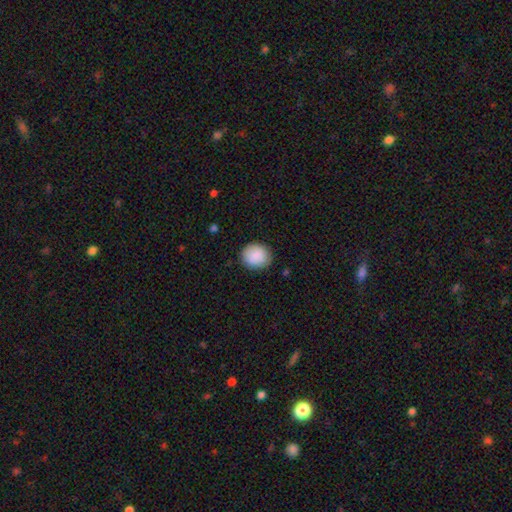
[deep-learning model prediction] Smooth or featured? Predicted: smooth (p=0.89). How rounded? Predicted: round (p=0.79). Merging? Predicted: none (p=0.86).